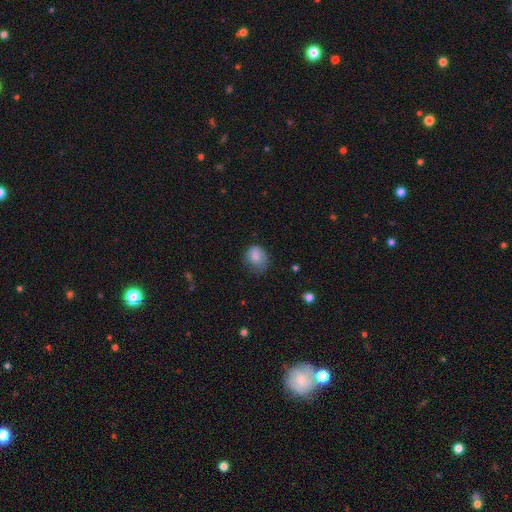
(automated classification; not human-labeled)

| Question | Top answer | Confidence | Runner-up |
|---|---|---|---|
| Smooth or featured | smooth | 76% | featured or disk (15%) |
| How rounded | in between | 50% | round (49%) |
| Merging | none | 46% | minor disturbance (33%) |